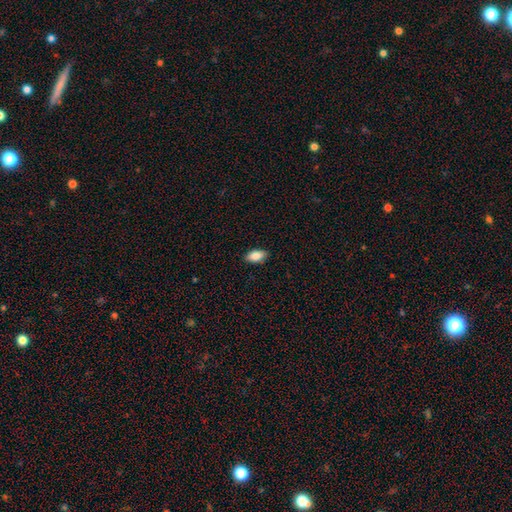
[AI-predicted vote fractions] Smooth or featured: smooth — 84% (featured or disk — 9%)
How rounded: in between — 90% (cigar-shaped — 6%)
Merging: none — 88% (minor disturbance — 9%)